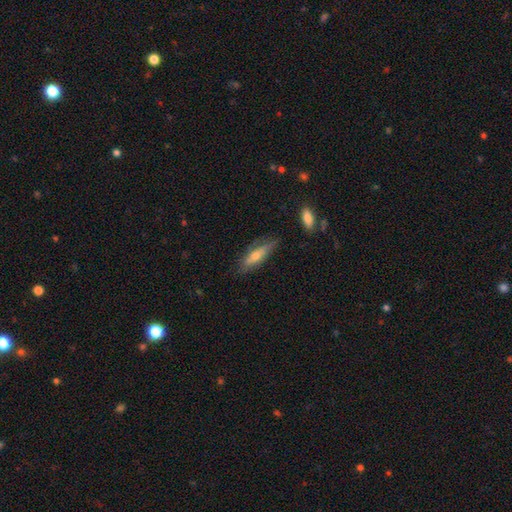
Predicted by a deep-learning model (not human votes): This is possibly a smooth galaxy (51%). How rounded: likely cigar-shaped (61%). Merging: likely none (71%).